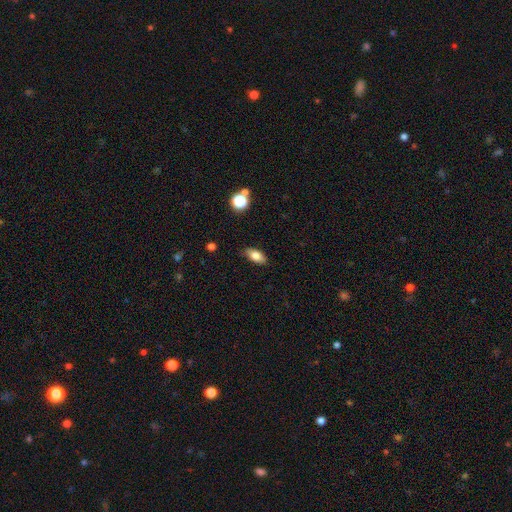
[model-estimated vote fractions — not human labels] Overall: smooth (79%). How rounded: in between (86%). Merging: none (86%).